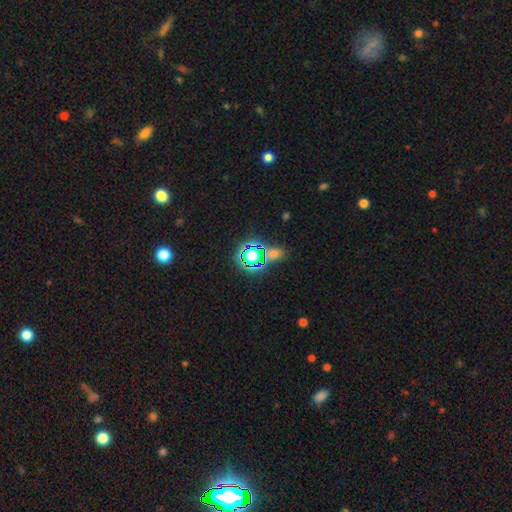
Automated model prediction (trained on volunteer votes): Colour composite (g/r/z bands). It shows a star or artifact, not a galaxy (70%).